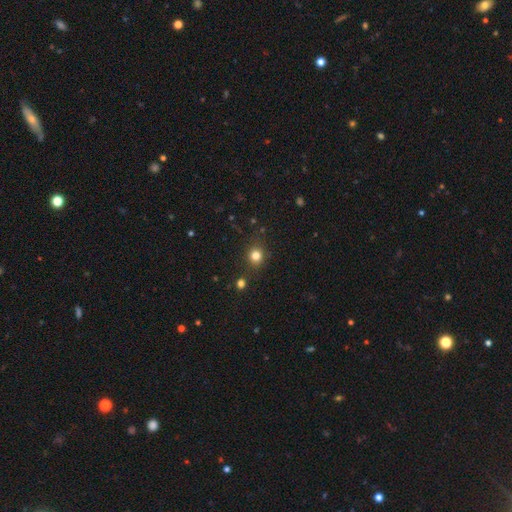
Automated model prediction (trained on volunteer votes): smooth_or_featured: smooth (p=0.80) [alt: star or artifact p=0.14]
how_rounded: round (p=0.85) [alt: in between p=0.14]
merging: none (p=0.85) [alt: minor disturbance p=0.09]